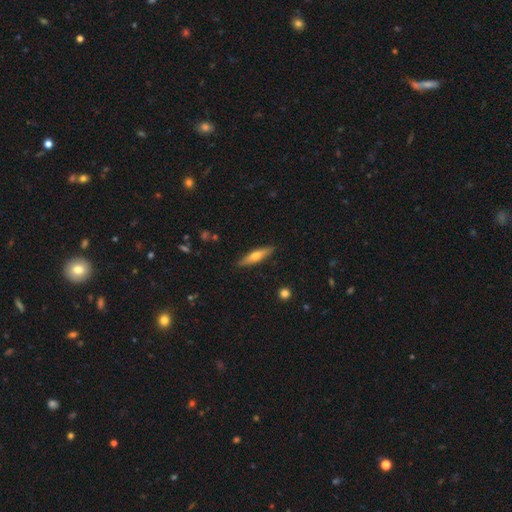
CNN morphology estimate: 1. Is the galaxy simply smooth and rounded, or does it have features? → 48% smooth, 46% featured or disk, 6% star or artifact.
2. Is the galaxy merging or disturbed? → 88% none, 9% minor disturbance, 2% major disturbance, 1% merger.